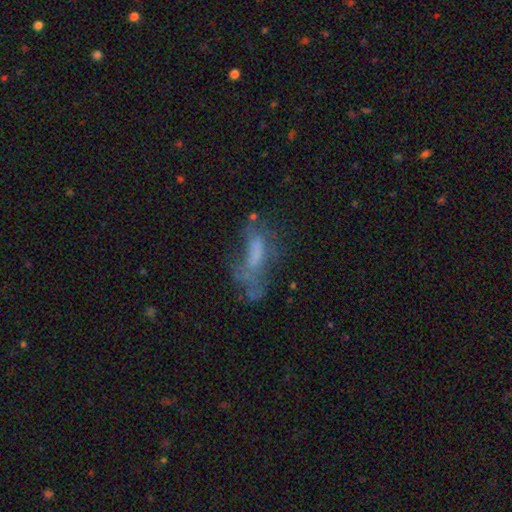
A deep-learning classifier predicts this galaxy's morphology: type=smooth (43%); merging=major disturbance (35%).